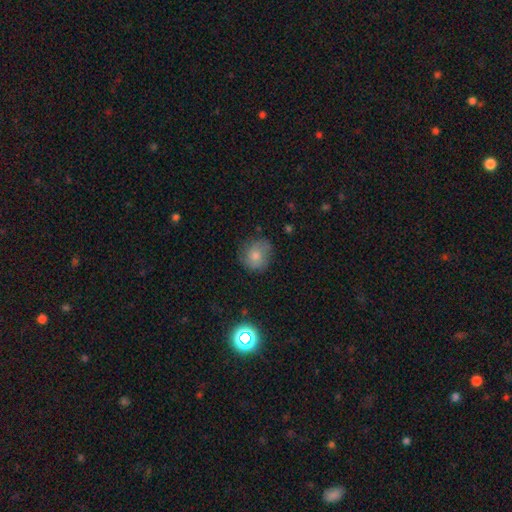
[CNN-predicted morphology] Overall: smooth (70%). How rounded: round (79%). Merging: none (72%).